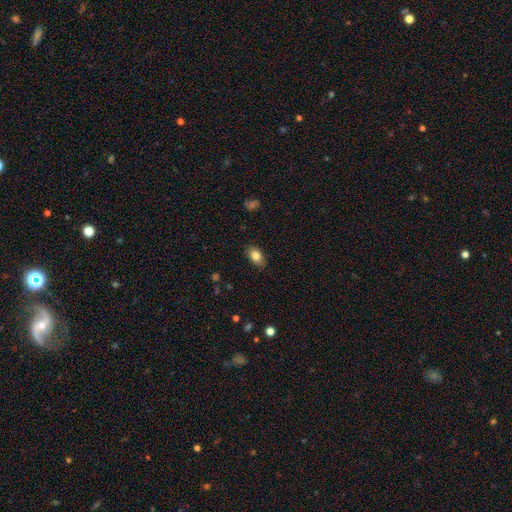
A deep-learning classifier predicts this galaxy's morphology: This appears to be a smooth galaxy with no disk features (83%) that is in between round and cigar-shaped (87%). Merging: none (85%).